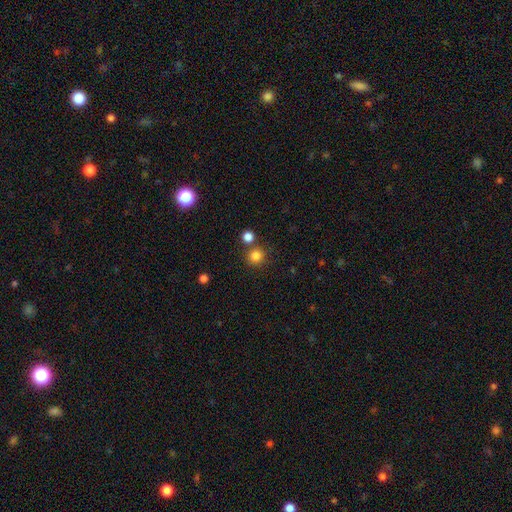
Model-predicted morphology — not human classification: Overall: smooth (82%). How rounded: round (92%). Merging: none (76%).